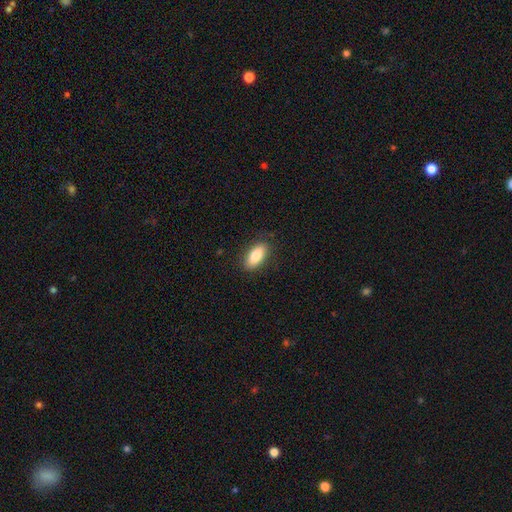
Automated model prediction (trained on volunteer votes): smooth 82%, featured or disk 11%, star or artifact 7%. Down the decision tree: how rounded — in between (86%); merging — none (86%).